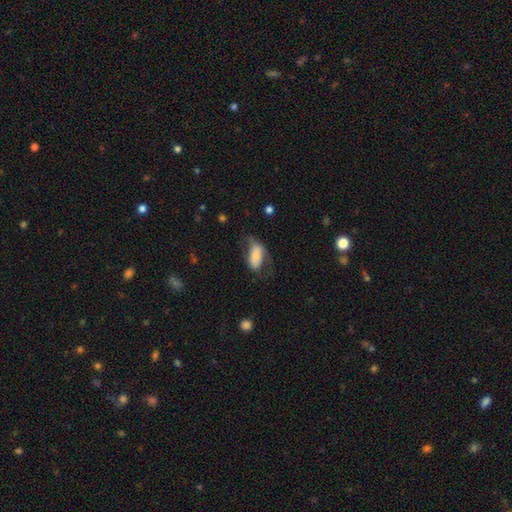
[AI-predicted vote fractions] Overall: smooth (66%; featured or disk 27%). How rounded: in between (90%). Merging: none (37%; minor disturbance 31%).